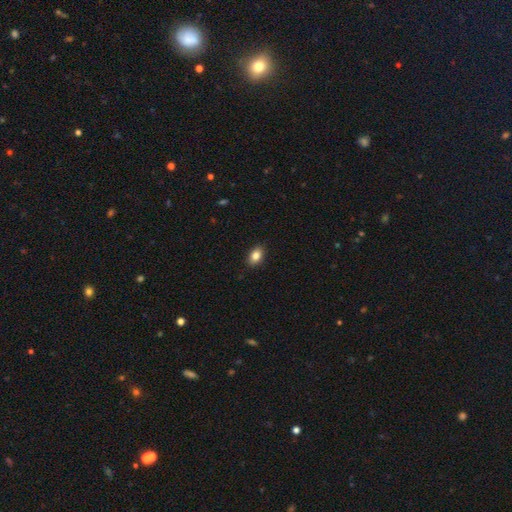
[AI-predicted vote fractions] Smooth or featured?
  - smooth: 84% *
  - star or artifact: 9%
  - featured or disk: 8%
How rounded?
  - in between: 85% *
  - round: 13%
  - cigar-shaped: 2%
Merging?
  - none: 89% *
  - minor disturbance: 9%
  - major disturbance: 2%
  - merger: 1%